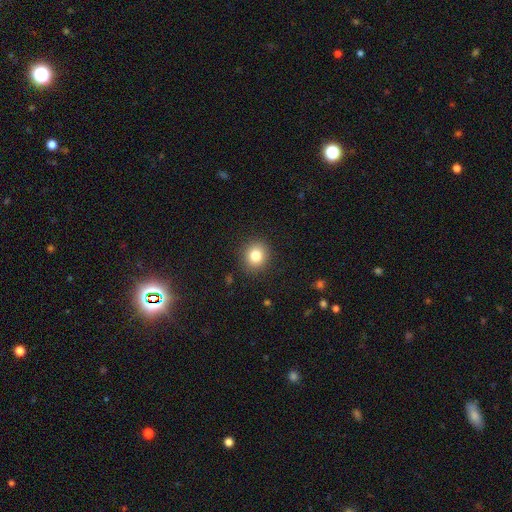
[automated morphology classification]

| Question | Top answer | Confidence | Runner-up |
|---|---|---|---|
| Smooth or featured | smooth | 81% | star or artifact (11%) |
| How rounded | round | 81% | in between (18%) |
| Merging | none | 90% | minor disturbance (7%) |